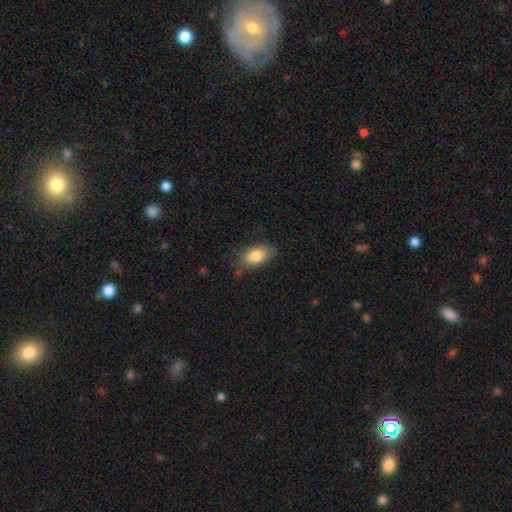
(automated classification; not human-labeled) This is clearly a smooth galaxy (82%). How rounded: clearly in between (91%). Merging: likely none (75%).